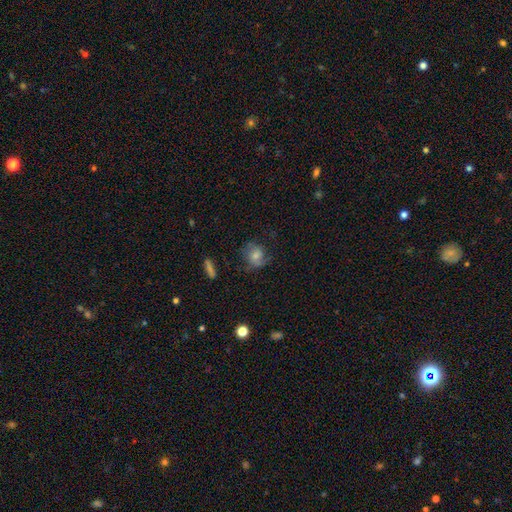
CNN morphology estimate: Smooth or featured? Predicted: smooth (p=0.65). How rounded? Predicted: round (p=0.63). Merging? Predicted: none (p=0.56).